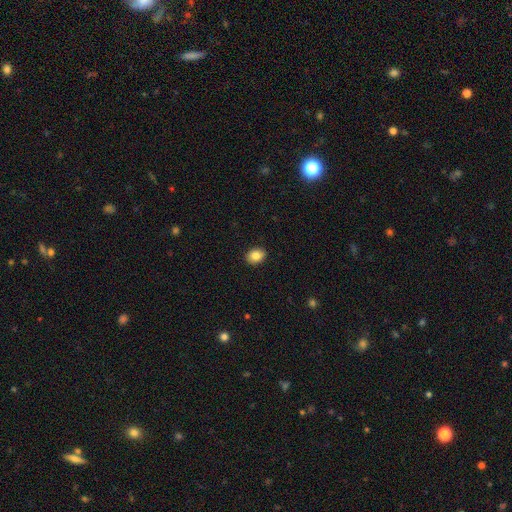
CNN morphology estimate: The model was most divided on "how rounded": in between: 62%, round: 37%, cigar-shaped: 1%. More confident: merging — none (90%); smooth or featured — smooth (85%).